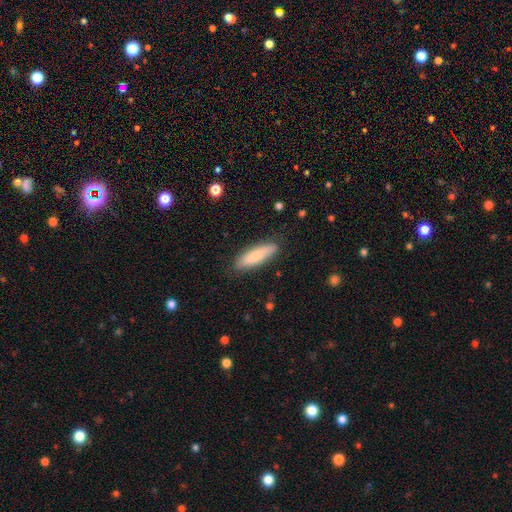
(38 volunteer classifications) Q: Smooth or featured?
A: smooth (87%); runner-up: featured or disk (11%)
Q: How rounded?
A: cigar-shaped (61%); runner-up: in between (39%)
Q: Merging?
A: none (76%); runner-up: minor disturbance (19%)